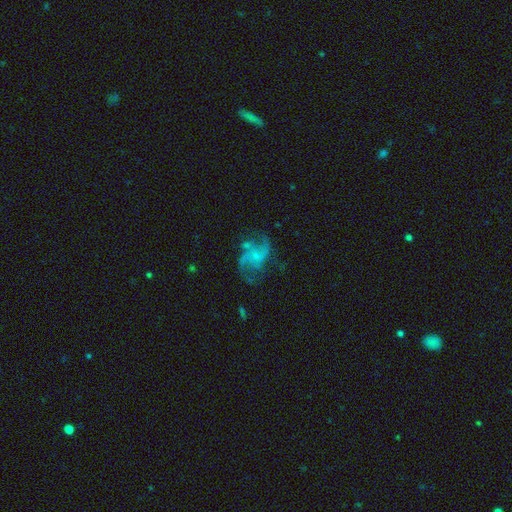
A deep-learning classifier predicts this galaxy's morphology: type=featured or disk (81%); edge-on=no (98%); bar=no (68%); spiral arms=yes (92%); winding=loose (58%); arm count=2 (52%); bulge=small (68%); merging=none (54%).